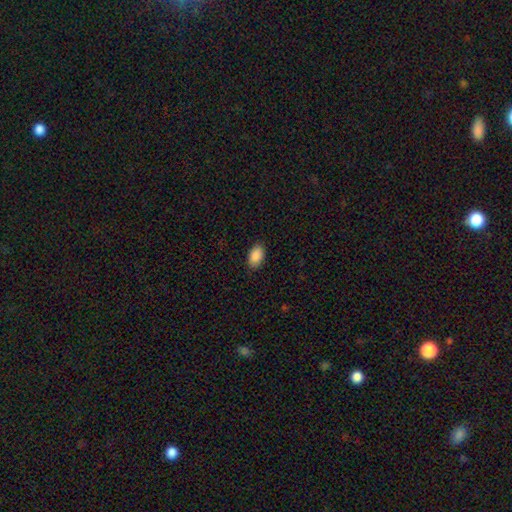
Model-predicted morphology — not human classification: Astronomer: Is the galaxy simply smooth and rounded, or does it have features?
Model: smooth — 90%.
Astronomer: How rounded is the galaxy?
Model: in between — 93%.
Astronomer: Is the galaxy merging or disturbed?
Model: none — 88%.